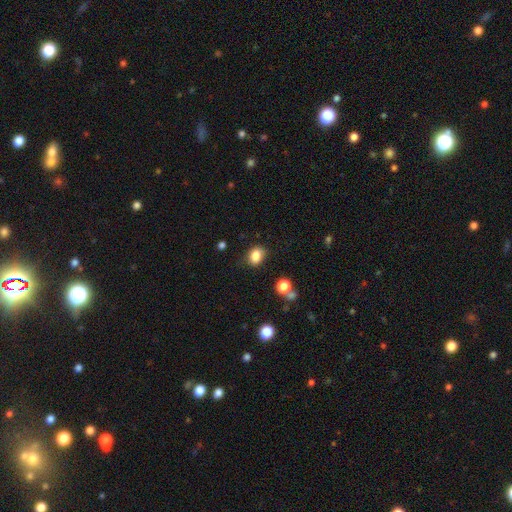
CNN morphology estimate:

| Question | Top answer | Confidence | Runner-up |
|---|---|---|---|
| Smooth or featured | smooth | 85% | star or artifact (10%) |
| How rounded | in between | 61% | round (38%) |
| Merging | none | 80% | minor disturbance (14%) |